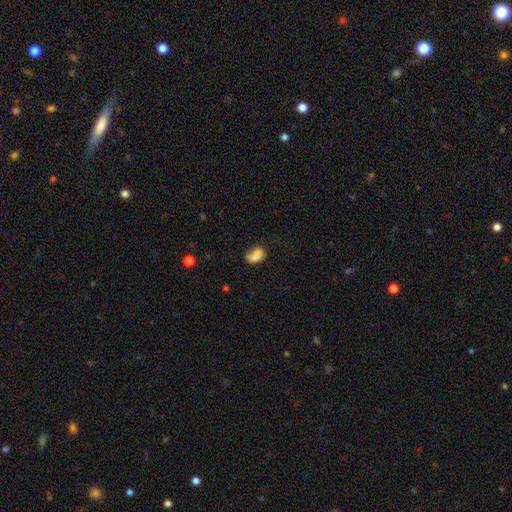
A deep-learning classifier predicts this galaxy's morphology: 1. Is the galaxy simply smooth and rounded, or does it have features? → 81% smooth, 9% star or artifact, 9% featured or disk.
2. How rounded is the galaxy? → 80% in between, 18% round, 1% cigar-shaped.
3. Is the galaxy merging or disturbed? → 52% none, 30% minor disturbance, 10% major disturbance, 8% merger.